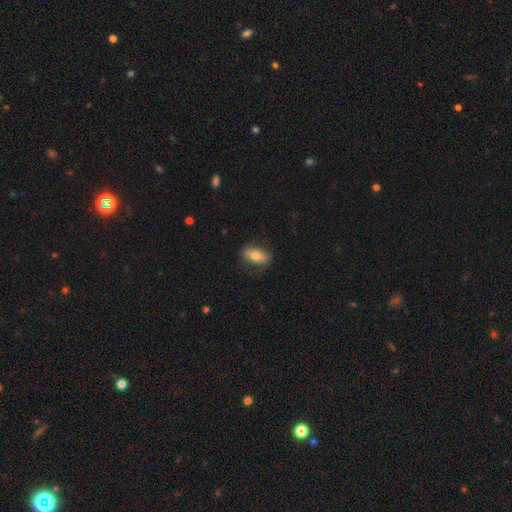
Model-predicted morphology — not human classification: Smooth or featured?
  - smooth: 71% *
  - featured or disk: 22%
  - star or artifact: 7%
How rounded?
  - in between: 85% *
  - cigar-shaped: 8%
  - round: 7%
Merging?
  - none: 80% *
  - minor disturbance: 15%
  - major disturbance: 4%
  - merger: 1%